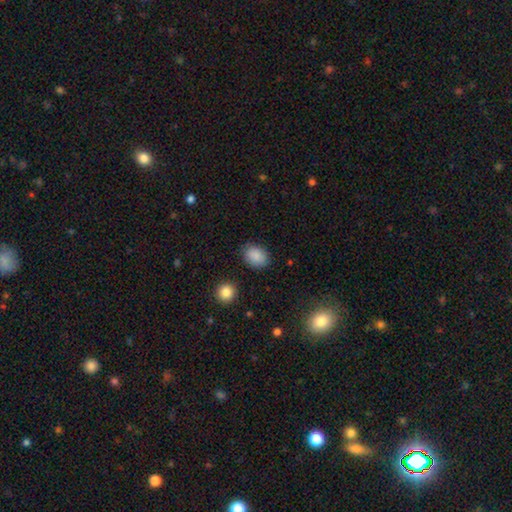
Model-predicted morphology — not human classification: Smooth or featured? Predicted: smooth (p=0.88). How rounded? Predicted: in between (p=0.65). Merging? Predicted: none (p=0.83).